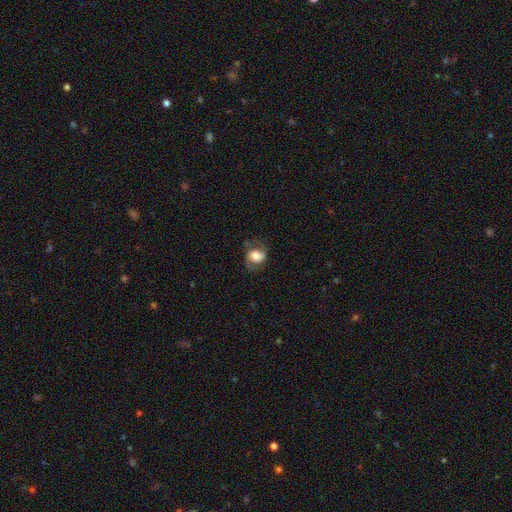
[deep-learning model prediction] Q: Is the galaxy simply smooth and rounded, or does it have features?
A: smooth — 50%.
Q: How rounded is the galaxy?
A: round — 52%.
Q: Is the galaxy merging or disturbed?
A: none — 65%.